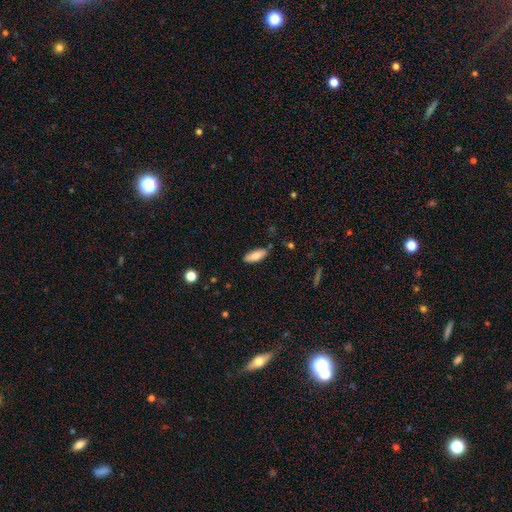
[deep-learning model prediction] Smooth or featured? Predicted: smooth (p=0.82). How rounded? Predicted: in between (p=0.73). Merging? Predicted: none (p=0.79).